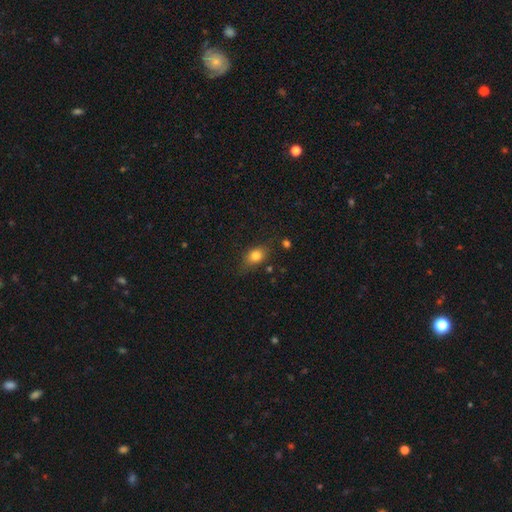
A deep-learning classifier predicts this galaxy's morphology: type=smooth (79%); roundness=in between (66%); merging=none (70%).